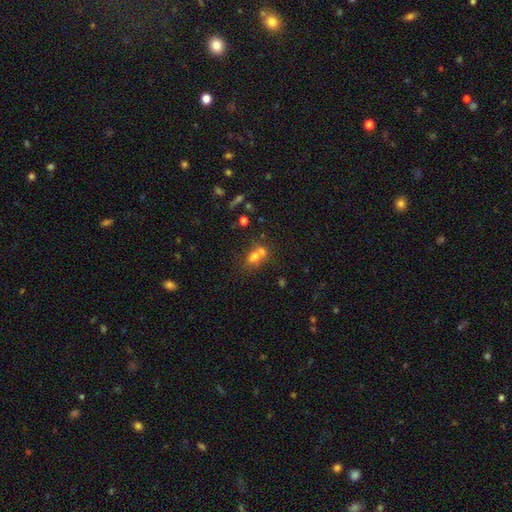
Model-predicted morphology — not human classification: A smooth galaxy with no disk features (64%) that is round (54%).

Vote fractions:
- Smooth or featured? smooth: 64% / featured or disk: 19% / star or artifact: 16%
- How rounded? round: 54% / in between: 44% / cigar-shaped: 2%
- Merging? merger: 60% / none: 28% / minor disturbance: 8% / major disturbance: 4%